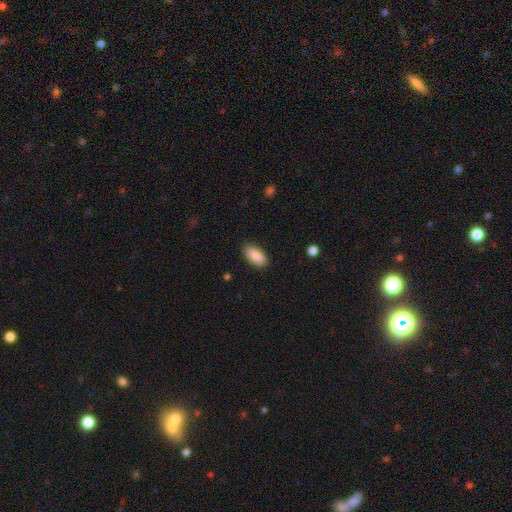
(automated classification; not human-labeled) This is clearly a smooth galaxy (88%). How rounded: clearly in between (92%). Merging: clearly none (87%).